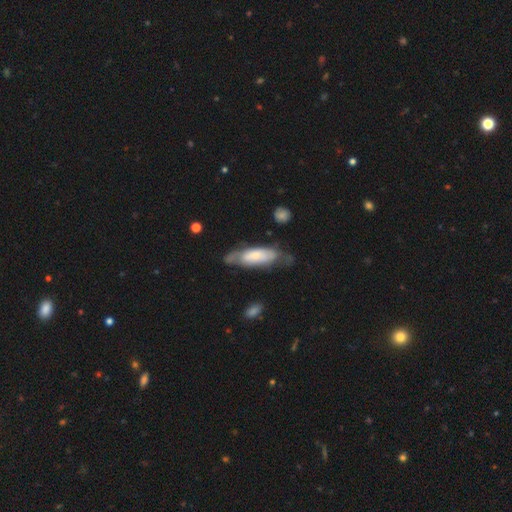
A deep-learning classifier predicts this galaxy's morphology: Smooth or featured?
  - featured or disk: 49% *
  - smooth: 46%
  - star or artifact: 6%
Merging?
  - none: 55% *
  - minor disturbance: 27%
  - major disturbance: 14%
  - merger: 4%